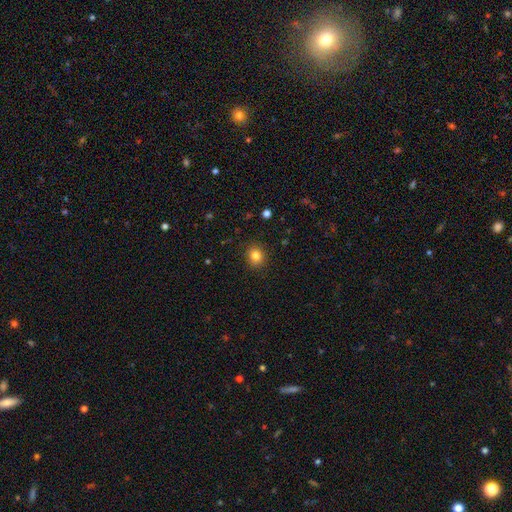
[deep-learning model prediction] Smooth or featured?
  - smooth: 82% *
  - star or artifact: 12%
  - featured or disk: 6%
How rounded?
  - round: 76% *
  - in between: 23%
  - cigar-shaped: 1%
Merging?
  - none: 90% *
  - minor disturbance: 7%
  - major disturbance: 2%
  - merger: 1%